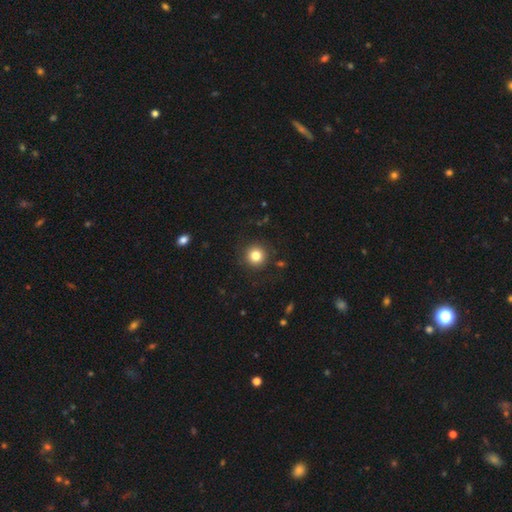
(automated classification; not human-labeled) smooth_or_featured: smooth (p=0.82) [alt: star or artifact p=0.11]
how_rounded: round (p=0.95) [alt: in between p=0.04]
merging: none (p=0.90) [alt: minor disturbance p=0.06]